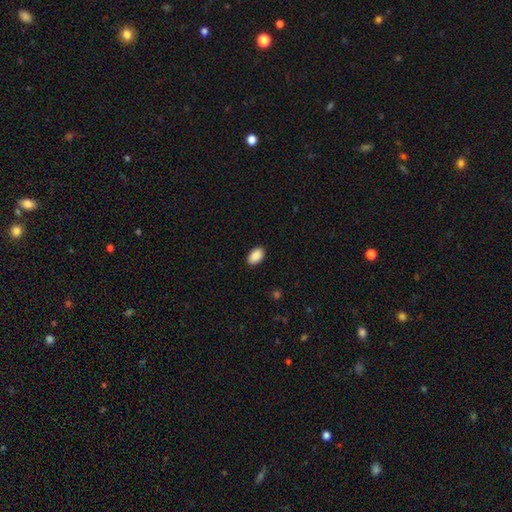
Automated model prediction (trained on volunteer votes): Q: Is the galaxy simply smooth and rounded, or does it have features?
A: smooth — 90%.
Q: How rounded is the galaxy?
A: in between — 92%.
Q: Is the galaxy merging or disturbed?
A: none — 89%.